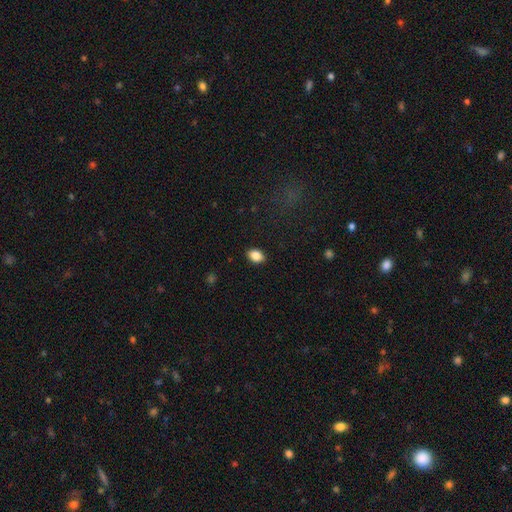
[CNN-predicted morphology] The model was most divided on "how rounded": in between: 82%, round: 17%, cigar-shaped: 1%. More confident: merging — none (89%); smooth or featured — smooth (86%).